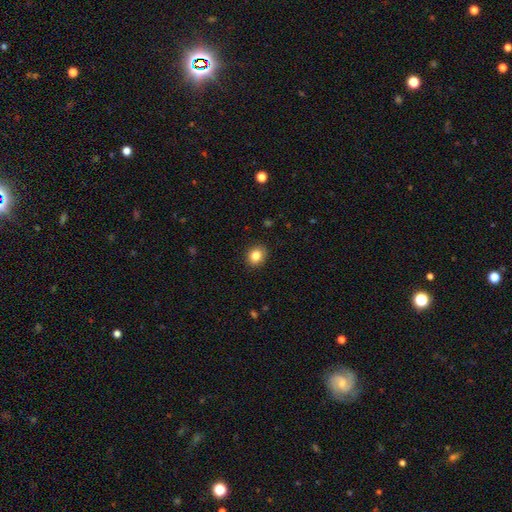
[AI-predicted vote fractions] A smooth galaxy with no disk features (84%) that is round (63%).

Vote fractions:
- Smooth or featured? smooth: 84% / star or artifact: 10% / featured or disk: 6%
- How rounded? round: 63% / in between: 37% / cigar-shaped: 1%
- Merging? none: 90% / minor disturbance: 7% / major disturbance: 2% / merger: 1%